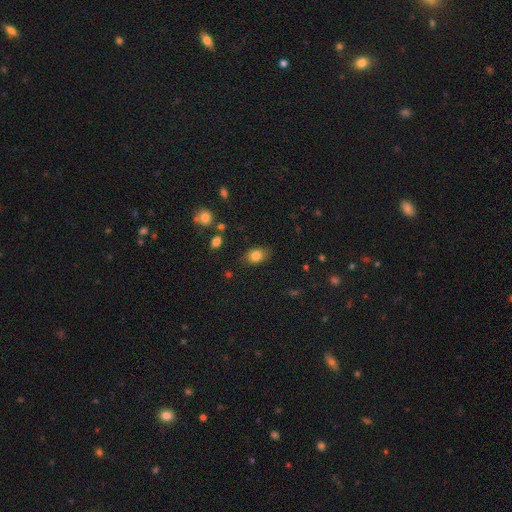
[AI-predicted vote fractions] Smooth or featured? smooth (82%)
How rounded? in between (76%)
Merging? none (81%)